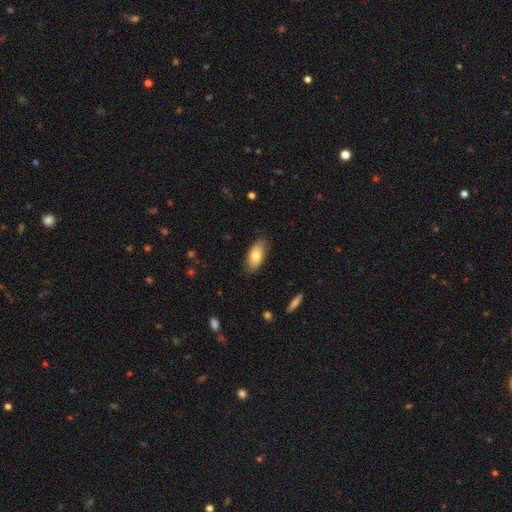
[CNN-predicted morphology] Overall: smooth (76%). How rounded: in between (91%). Merging: none (83%).